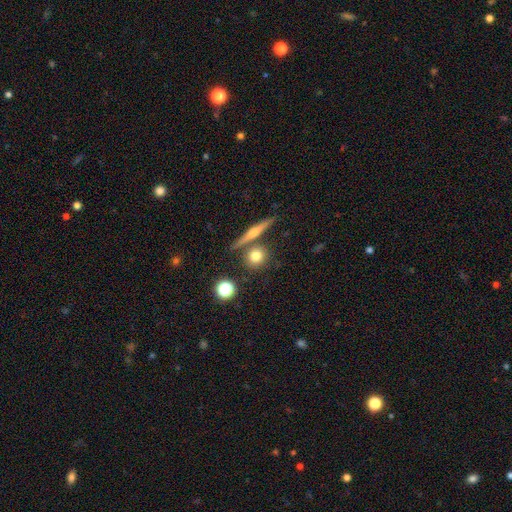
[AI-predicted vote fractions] smooth 72%, featured or disk 18%, star or artifact 10%. Down the decision tree: how rounded — round (83%); merging — none (73%).